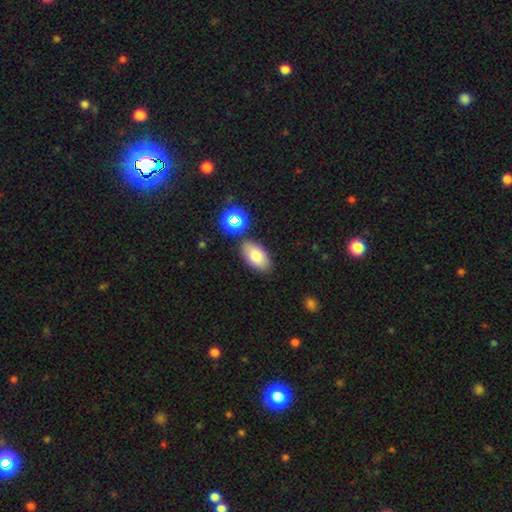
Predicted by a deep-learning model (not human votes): Smooth or featured? smooth (80%)
How rounded? in between (93%)
Merging? none (81%)